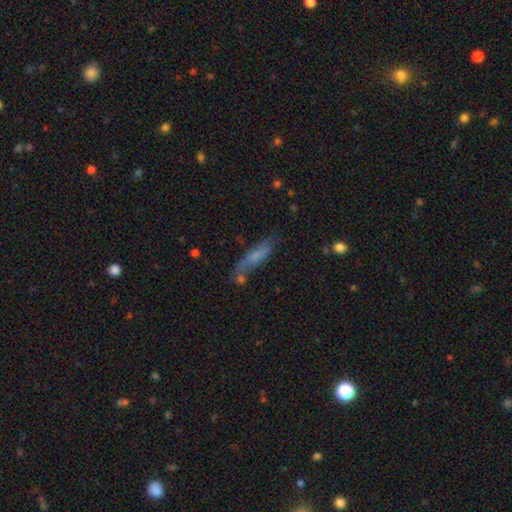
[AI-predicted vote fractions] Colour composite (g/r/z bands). It shows a smooth galaxy with no disk features (58%) that is cigar-shaped (72%). Merging: none (62%).